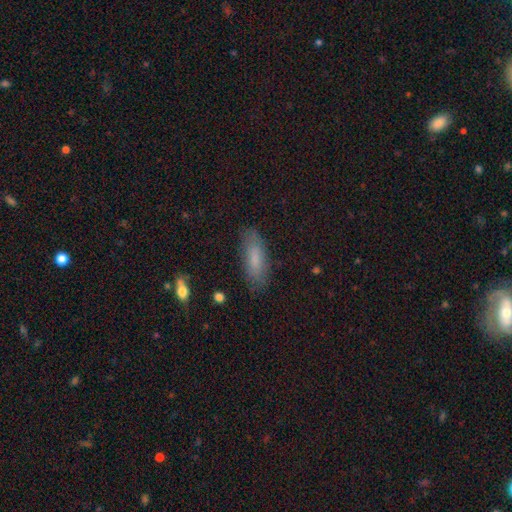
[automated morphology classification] Q: Smooth or featured?
A: smooth (68%); runner-up: featured or disk (18%)
Q: How rounded?
A: in between (64%); runner-up: cigar-shaped (33%)
Q: Merging?
A: none (81%); runner-up: minor disturbance (14%)